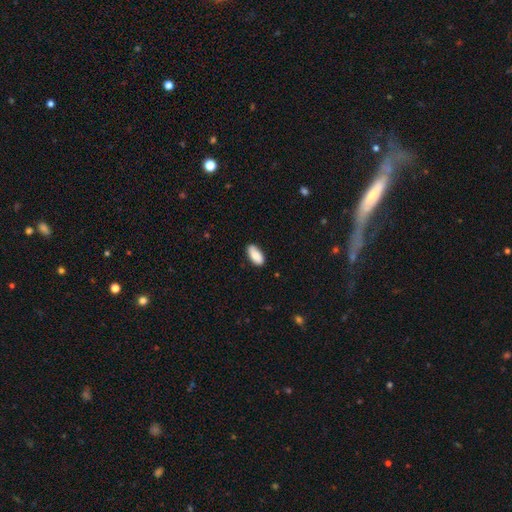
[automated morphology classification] A smooth galaxy with no disk features (82%) that is in between round and cigar-shaped (89%).

Vote fractions:
- Smooth or featured? smooth: 82% / featured or disk: 12% / star or artifact: 6%
- How rounded? in between: 89% / cigar-shaped: 9% / round: 2%
- Merging? none: 85% / minor disturbance: 11% / major disturbance: 2% / merger: 1%